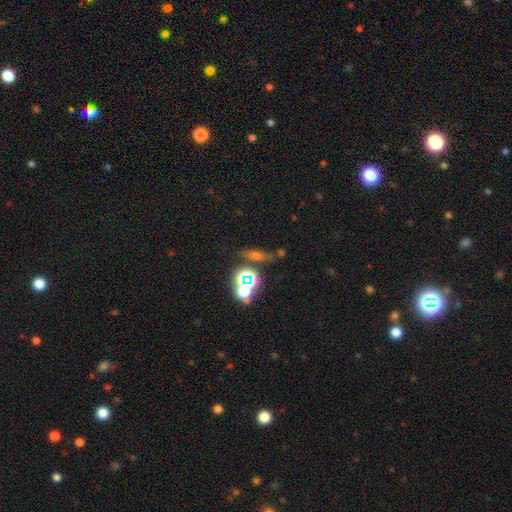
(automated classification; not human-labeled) Smooth or featured? star or artifact (42%)